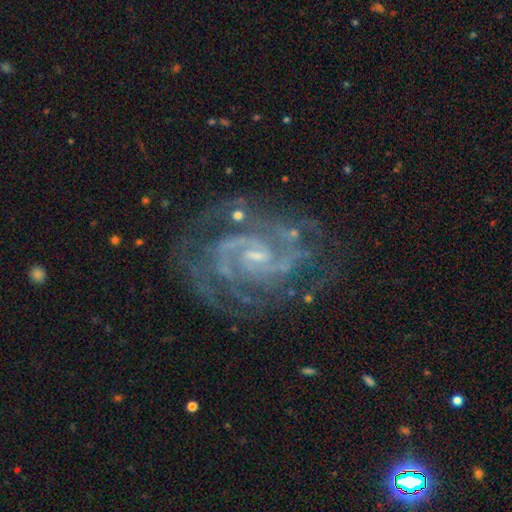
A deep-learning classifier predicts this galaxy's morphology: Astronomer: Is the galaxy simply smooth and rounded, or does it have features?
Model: featured or disk — 90%.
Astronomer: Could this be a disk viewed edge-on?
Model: no — 98%.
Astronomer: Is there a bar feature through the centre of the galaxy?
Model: no — 44%, tied with weak at 44%.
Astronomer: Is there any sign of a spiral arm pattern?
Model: yes — 98%.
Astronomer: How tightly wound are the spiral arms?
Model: tight — 53% (runner-up: medium, 41%).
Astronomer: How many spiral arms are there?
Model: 2 — 63%.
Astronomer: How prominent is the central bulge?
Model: small — 73%.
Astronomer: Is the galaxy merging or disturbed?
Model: none — 74%.